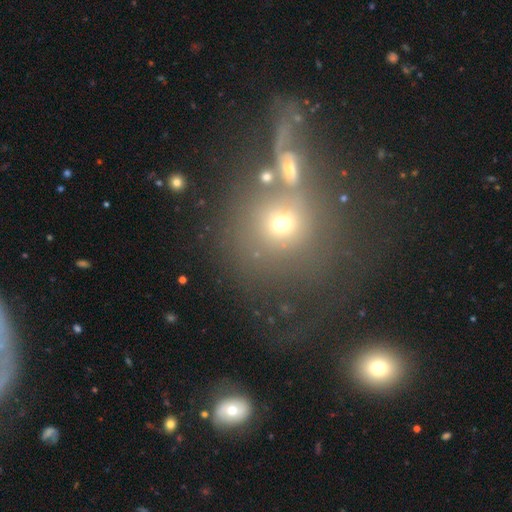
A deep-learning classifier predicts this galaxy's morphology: Overall: smooth (50%; star or artifact 27%). Merging: none (45%; merger 32%).